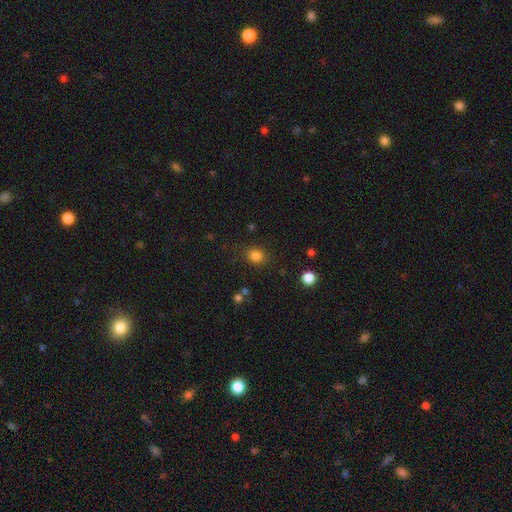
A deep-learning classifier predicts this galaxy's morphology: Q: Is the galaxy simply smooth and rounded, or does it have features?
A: smooth — 83%.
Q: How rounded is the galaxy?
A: round — 68%.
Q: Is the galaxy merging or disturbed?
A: none — 84%.